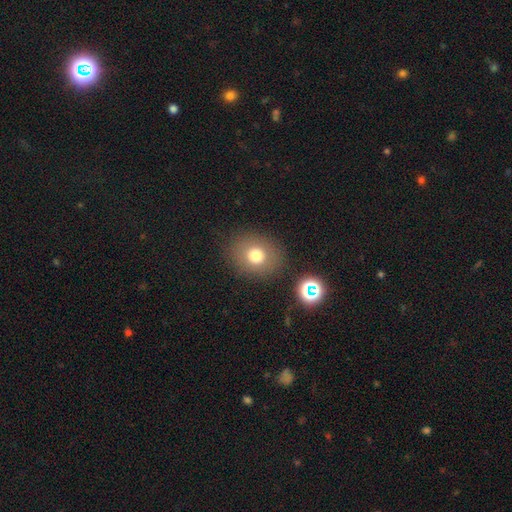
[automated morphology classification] A smooth galaxy with no disk features (74%) that is round (69%).

Vote fractions:
- Smooth or featured? smooth: 74% / star or artifact: 13% / featured or disk: 12%
- How rounded? round: 69% / in between: 30% / cigar-shaped: 1%
- Merging? none: 83% / minor disturbance: 9% / major disturbance: 4% / merger: 3%